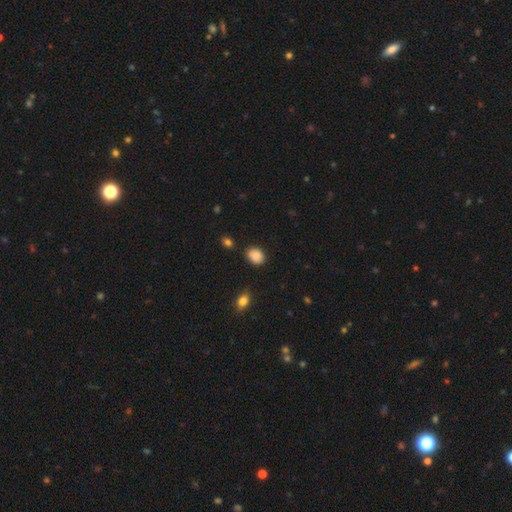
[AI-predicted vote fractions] This is clearly a smooth galaxy (85%). How rounded: possibly in between (59%). Merging: likely none (76%).